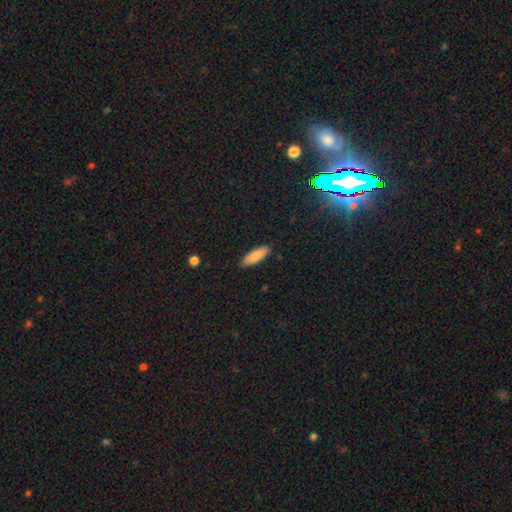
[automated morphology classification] smooth 84%, featured or disk 10%, star or artifact 6%. Down the decision tree: how rounded — in between (61%); merging — none (87%).